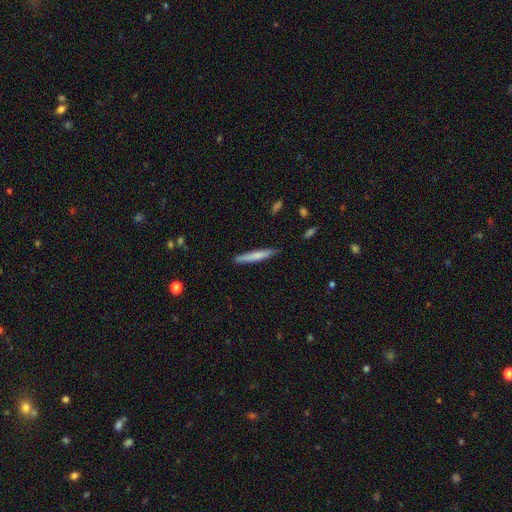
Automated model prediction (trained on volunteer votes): This is likely a smooth galaxy (73%). How rounded: clearly cigar-shaped (94%). Merging: clearly none (85%).